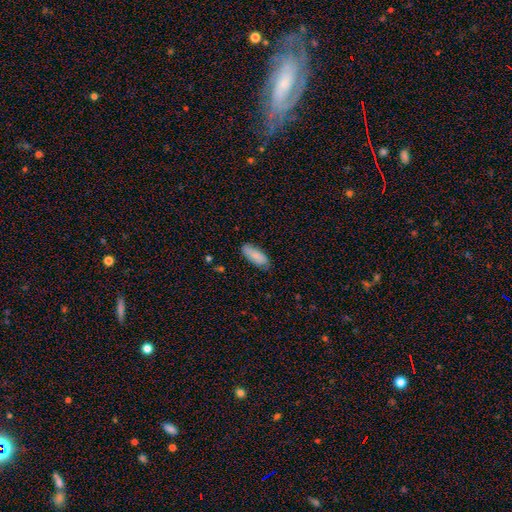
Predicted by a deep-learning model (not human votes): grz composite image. It shows a smooth galaxy with no disk features (85%) that is in between round and cigar-shaped (80%). Merging: none (79%).